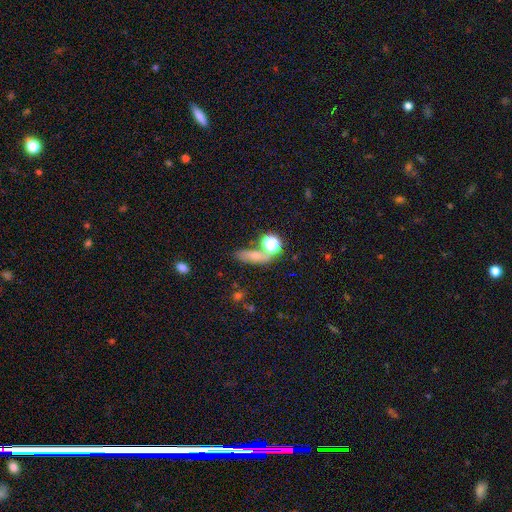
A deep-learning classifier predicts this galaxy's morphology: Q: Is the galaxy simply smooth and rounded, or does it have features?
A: smooth — 63%.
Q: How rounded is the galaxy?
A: in between — 47%.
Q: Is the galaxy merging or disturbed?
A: none — 54%.